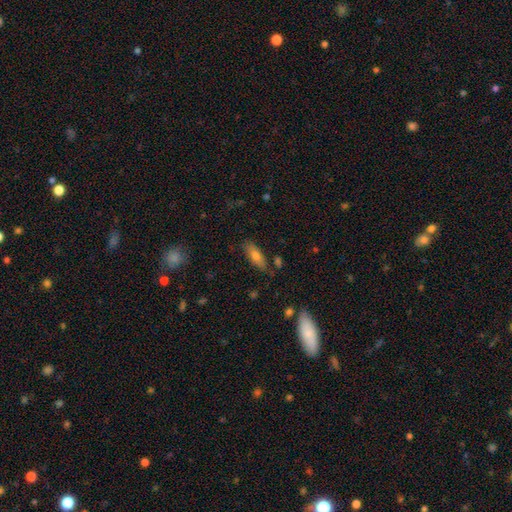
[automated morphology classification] Smooth or featured: smooth — 68% (featured or disk — 24%)
How rounded: in between — 56% (cigar-shaped — 41%)
Merging: none — 78% (minor disturbance — 15%)